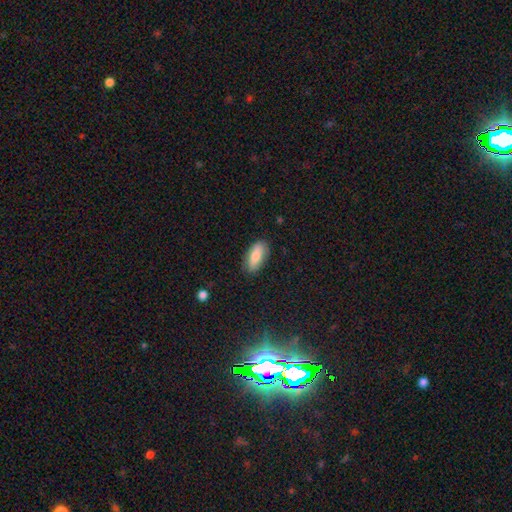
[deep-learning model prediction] Smooth or featured: smooth — 81% (featured or disk — 13%)
How rounded: in between — 82% (cigar-shaped — 15%)
Merging: none — 83% (minor disturbance — 13%)